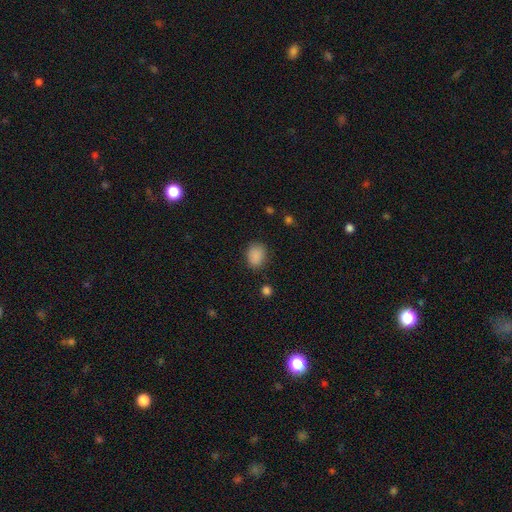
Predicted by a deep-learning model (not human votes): Morphology: type=smooth (87%); roundness=in between (55%); merging=none (81%).